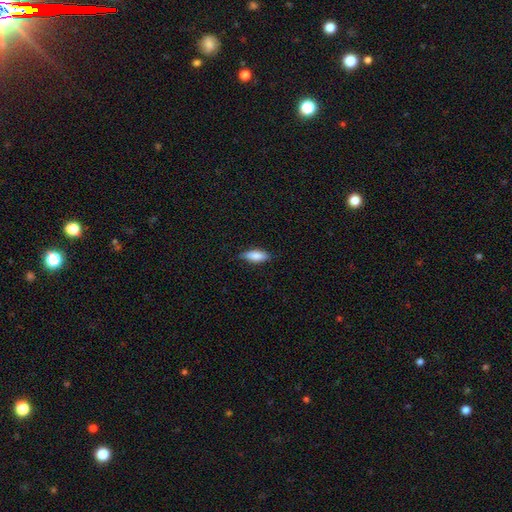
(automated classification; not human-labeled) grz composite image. It shows a smooth galaxy with no disk features (82%) that is in between round and cigar-shaped (68%). Merging: none (83%).